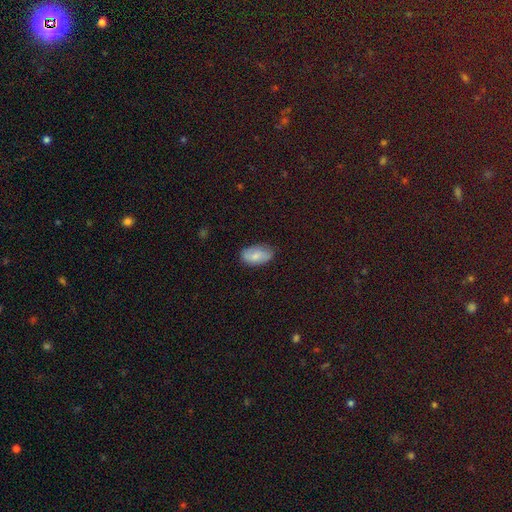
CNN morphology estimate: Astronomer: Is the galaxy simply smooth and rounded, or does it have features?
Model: smooth — 77%.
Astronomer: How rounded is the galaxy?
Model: in between — 94%.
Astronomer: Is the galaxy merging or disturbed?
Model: none — 77%.